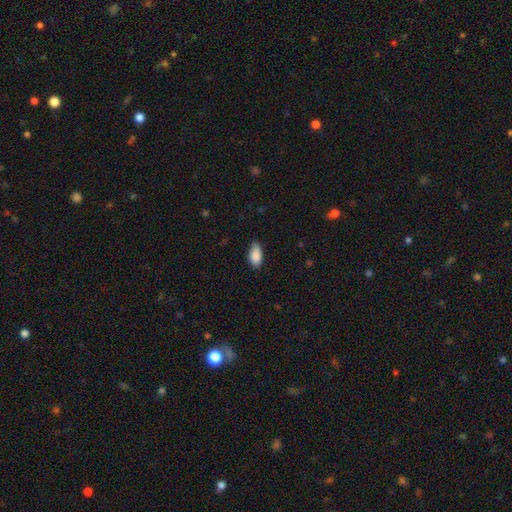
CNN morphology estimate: smooth 87%, star or artifact 7%, featured or disk 6%. Down the decision tree: how rounded — in between (91%); merging — none (66%).